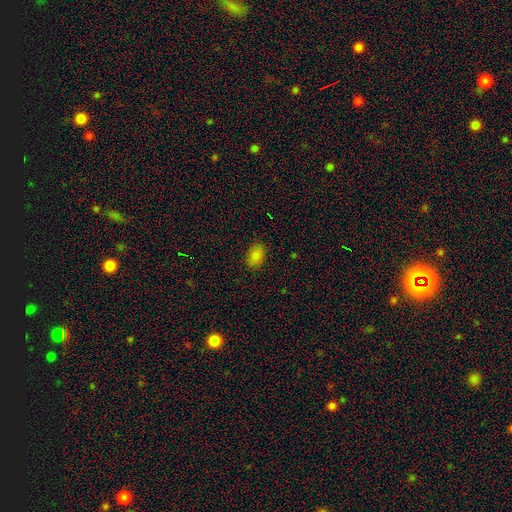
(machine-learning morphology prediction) A smooth galaxy with no disk features (85%) that is in between round and cigar-shaped (84%). Merging: none (86%).